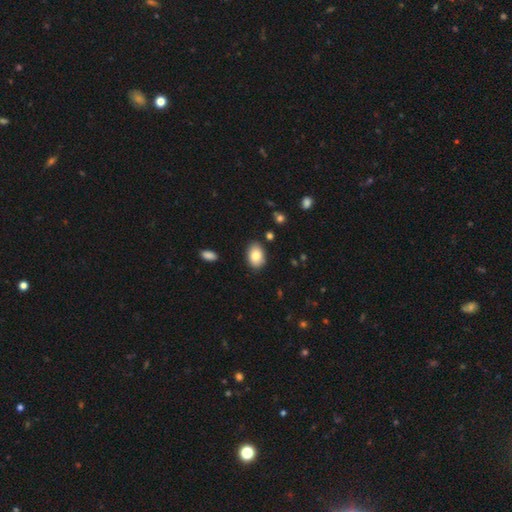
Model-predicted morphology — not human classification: Smooth or featured? Predicted: smooth (p=0.83). How rounded? Predicted: in between (p=0.85). Merging? Predicted: none (p=0.84).